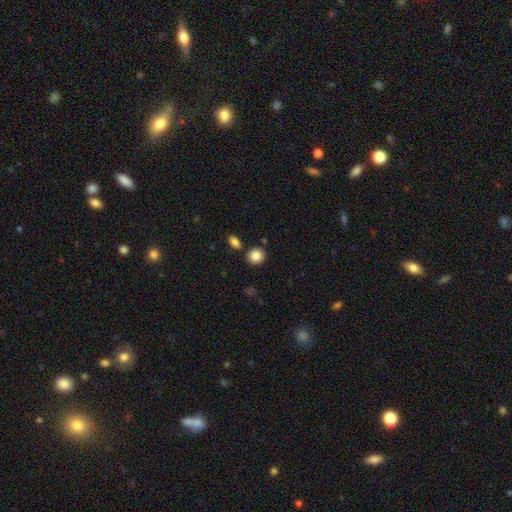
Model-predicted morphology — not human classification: smooth 86%, star or artifact 9%, featured or disk 5%. Down the decision tree: how rounded — round (83%); merging — none (82%).